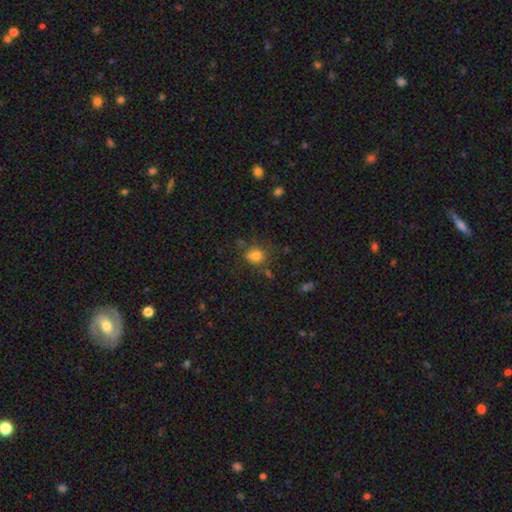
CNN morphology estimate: Q: Smooth or featured?
A: smooth (77%); runner-up: star or artifact (14%)
Q: How rounded?
A: round (69%); runner-up: in between (30%)
Q: Merging?
A: none (62%); runner-up: minor disturbance (20%)